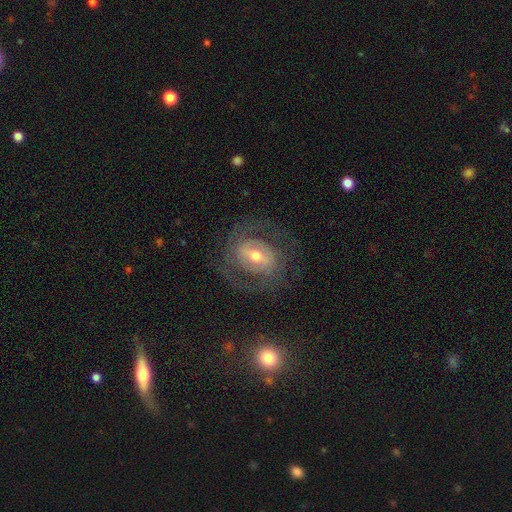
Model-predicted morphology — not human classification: smooth_or_featured: featured or disk (p=0.76) [alt: smooth p=0.17]
disk_edge_on: no (p=0.96) [alt: yes p=0.04]
bar: weak (p=0.42) [alt: strong p=0.29]
has_spiral_arms: yes (p=0.79) [alt: no p=0.21]
spiral_winding: medium (p=0.43) [alt: tight p=0.40]
spiral_arm_count: 2 (p=0.73) [alt: can't tell p=0.16]
bulge_size: moderate (p=0.63) [alt: small p=0.29]
merging: none (p=0.71) [alt: major disturbance p=0.14]